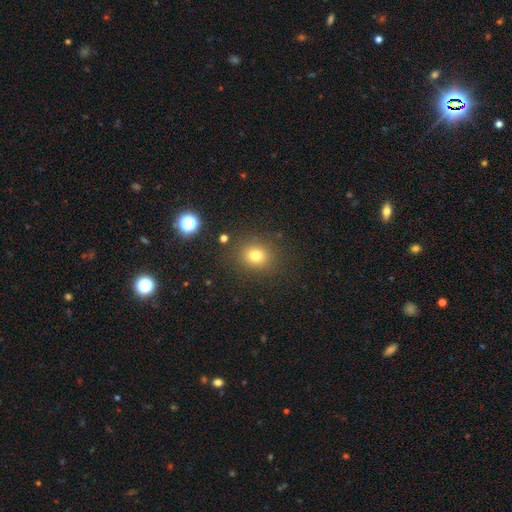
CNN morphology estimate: This appears to be a smooth galaxy with no disk features (76%) that is round (80%). Merging: none (87%).